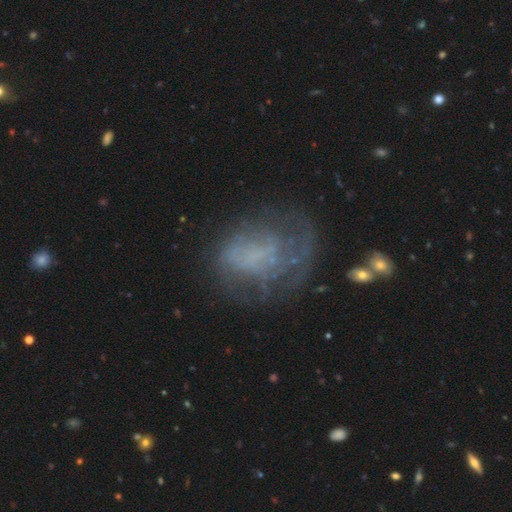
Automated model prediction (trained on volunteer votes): featured or disk 58%, smooth 28%, star or artifact 14%. Down the decision tree: edge-on disk — no (97%); bar — no (80%); spiral arms — no (56%); bulge size — none (74%); merging — none (43%).